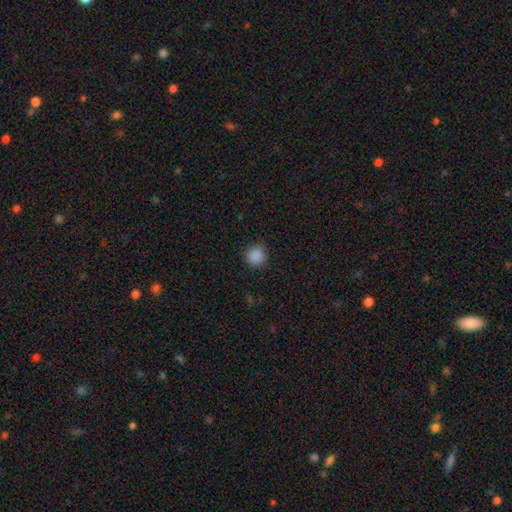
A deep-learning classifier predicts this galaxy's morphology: Overall: smooth (88%). How rounded: round (93%). Merging: none (90%).